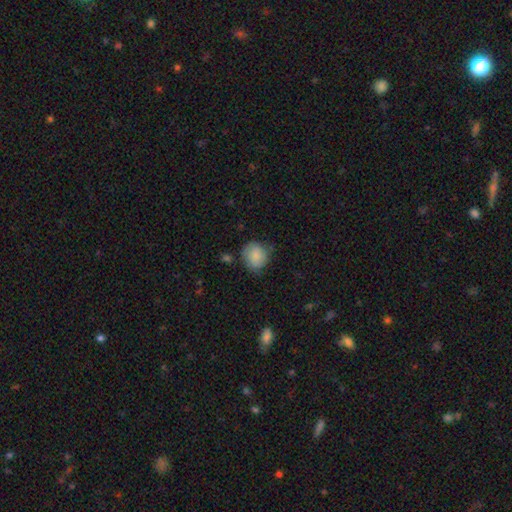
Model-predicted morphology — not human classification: Q: Smooth or featured?
A: smooth (82%); runner-up: featured or disk (10%)
Q: How rounded?
A: round (77%); runner-up: in between (22%)
Q: Merging?
A: none (66%); runner-up: minor disturbance (25%)